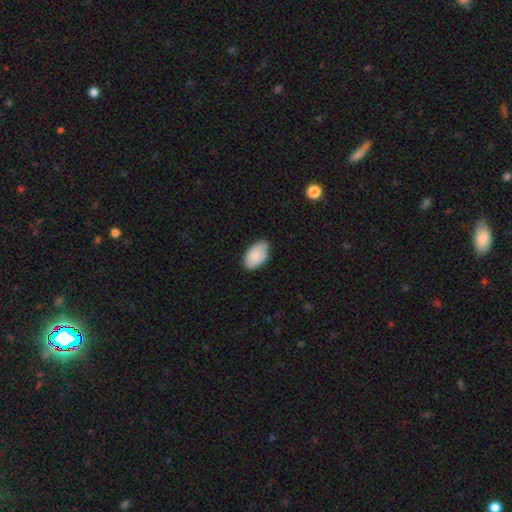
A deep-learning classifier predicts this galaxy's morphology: A smooth galaxy with no disk features (83%) that is in between round and cigar-shaped (94%). Merging: none (72%).